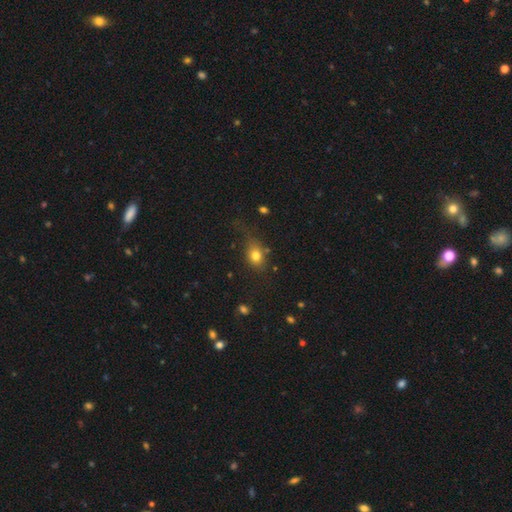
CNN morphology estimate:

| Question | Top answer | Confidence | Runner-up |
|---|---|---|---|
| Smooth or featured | smooth | 78% | star or artifact (12%) |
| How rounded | in between | 51% | round (47%) |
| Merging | none | 56% | minor disturbance (25%) |